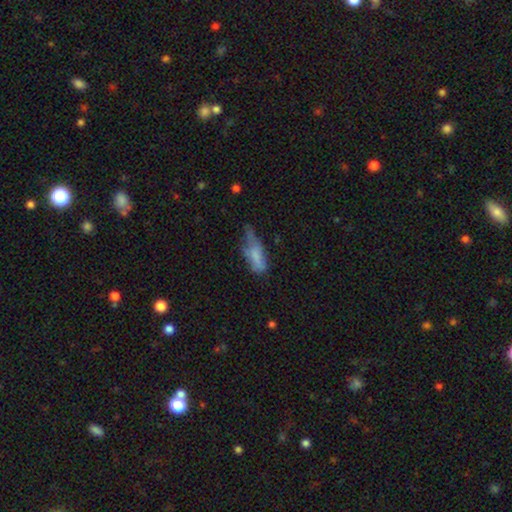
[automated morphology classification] Smooth or featured? smooth (64%)
How rounded? in between (60%)
Merging? minor disturbance (35%)